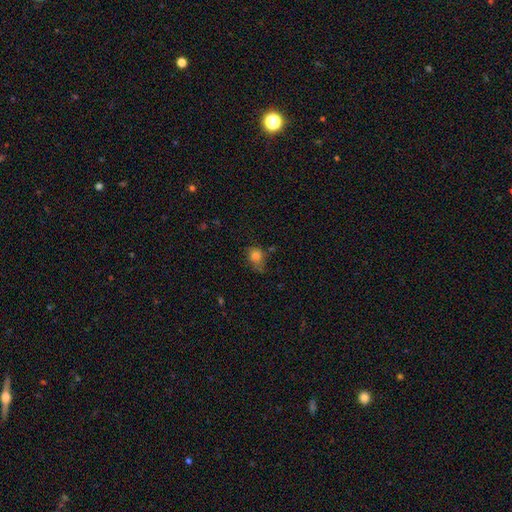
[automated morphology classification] Smooth or featured? Predicted: smooth (p=0.80). How rounded? Predicted: round (p=0.63). Merging? Predicted: none (p=0.48).